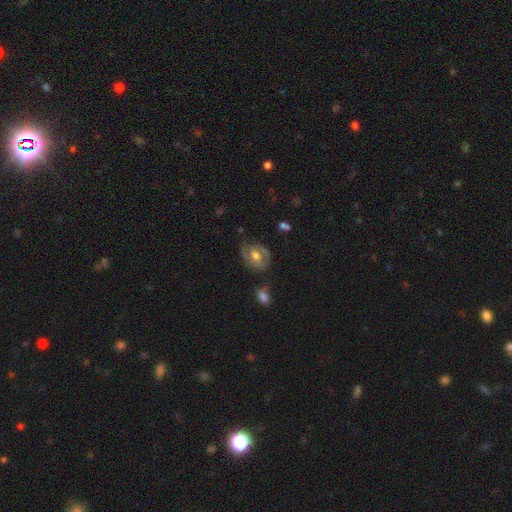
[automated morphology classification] smooth-or-featured: featured or disk: 63% | smooth: 30% | star or artifact: 7%
  disk-edge-on: no: 96% | yes: 4%
    bar: no: 44% | weak: 43% | strong: 13%
    has-spiral-arms: yes: 75% | no: 25%
    bulge-size: moderate: 64% | large: 19% | small: 14% | none: 3% | dominant: 1%
  merging: none: 63% | minor disturbance: 23% | major disturbance: 11% | merger: 3%